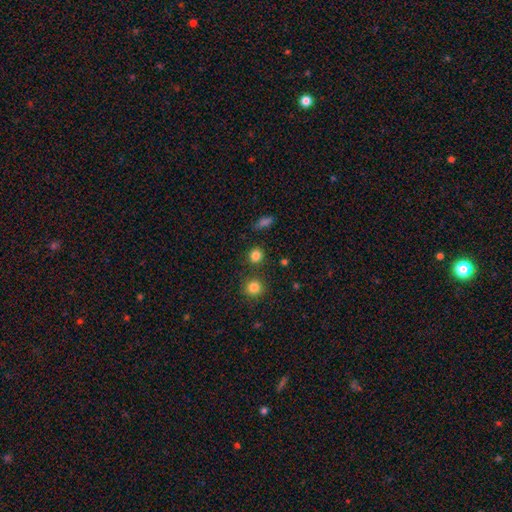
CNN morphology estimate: Overall: smooth (83%). How rounded: round (88%). Merging: none (83%).